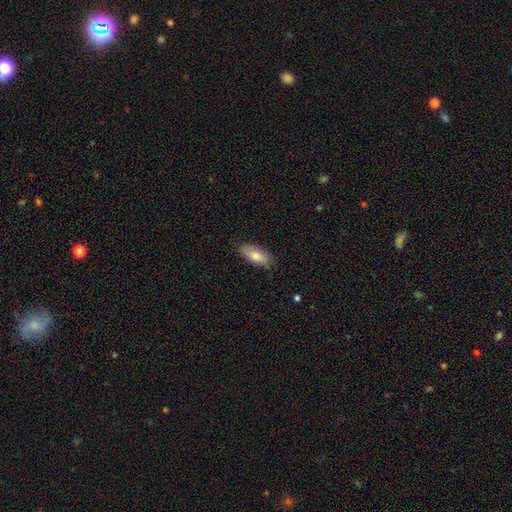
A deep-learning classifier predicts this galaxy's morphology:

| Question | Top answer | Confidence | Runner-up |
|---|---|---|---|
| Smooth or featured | smooth | 81% | featured or disk (13%) |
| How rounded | in between | 79% | cigar-shaped (19%) |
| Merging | none | 84% | minor disturbance (13%) |